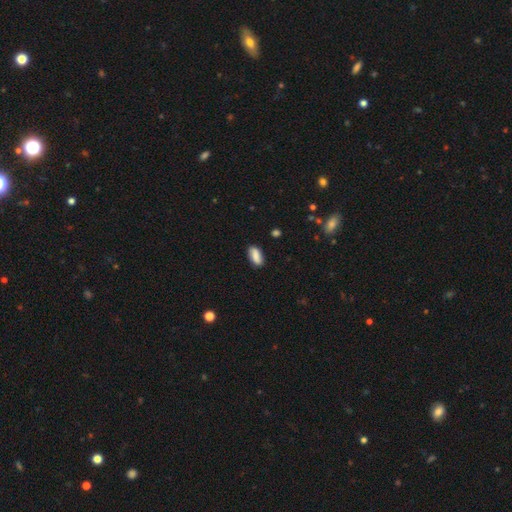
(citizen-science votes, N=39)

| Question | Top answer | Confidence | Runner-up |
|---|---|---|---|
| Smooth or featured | smooth | 74% | featured or disk (13%) |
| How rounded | in between | 76% | cigar-shaped (21%) |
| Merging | none | 82% | minor disturbance (12%) |